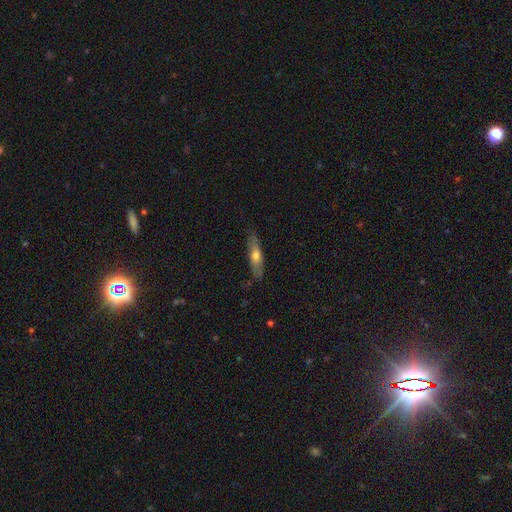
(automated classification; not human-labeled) The model was most divided on "smooth or featured": smooth: 59%, featured or disk: 35%, star or artifact: 6%. More confident: merging — none (81%); how rounded — cigar-shaped (65%).